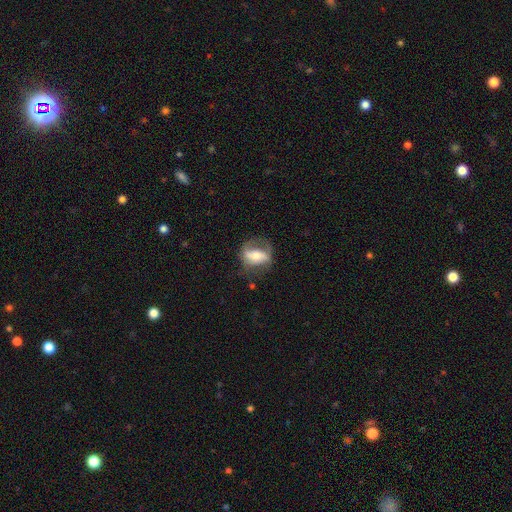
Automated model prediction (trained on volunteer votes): Smooth or featured?
  - featured or disk: 57% *
  - smooth: 37%
  - star or artifact: 7%
Edge-on disk?
  - no: 83% *
  - yes: 17%
Merging?
  - none: 59% *
  - minor disturbance: 22%
  - major disturbance: 17%
  - merger: 2%